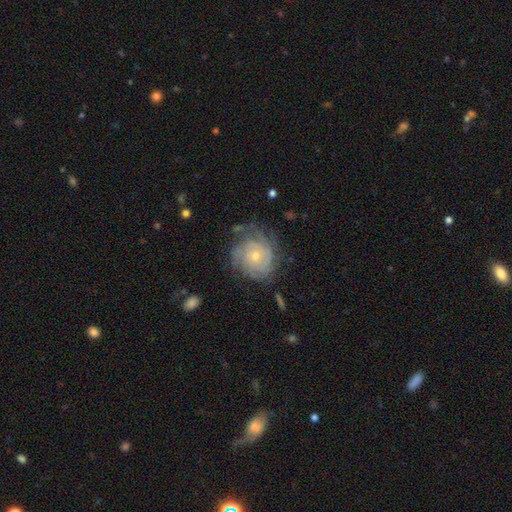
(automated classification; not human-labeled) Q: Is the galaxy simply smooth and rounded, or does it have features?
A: featured or disk — 72%.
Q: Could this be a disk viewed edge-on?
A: no — 97%.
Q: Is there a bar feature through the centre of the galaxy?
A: no — 82%.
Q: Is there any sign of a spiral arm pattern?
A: yes — 89%.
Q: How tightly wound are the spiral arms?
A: tight — 72%.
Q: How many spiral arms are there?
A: can't tell — 49%.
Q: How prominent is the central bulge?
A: small — 67%.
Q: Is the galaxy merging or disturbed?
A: none — 65%.